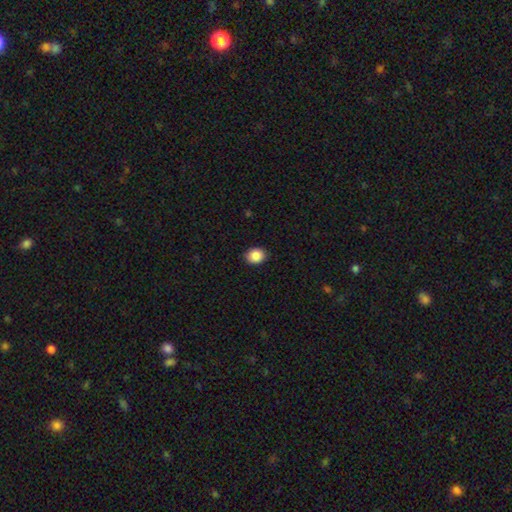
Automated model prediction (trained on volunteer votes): A smooth galaxy with no disk features (88%) that is round (52%). Merging: none (88%).